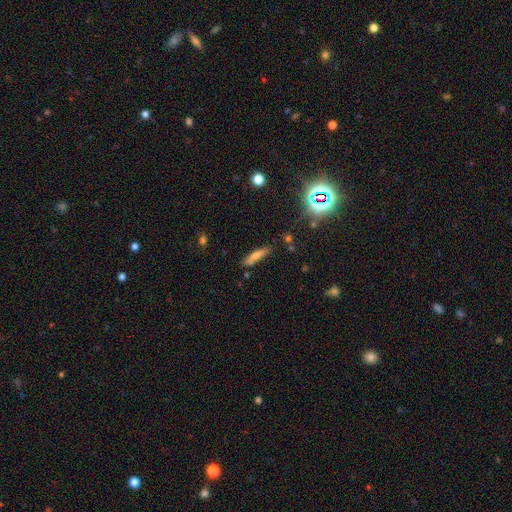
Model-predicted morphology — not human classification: smooth 58%, featured or disk 32%, star or artifact 10%. Down the decision tree: how rounded — cigar-shaped (84%); merging — none (78%).